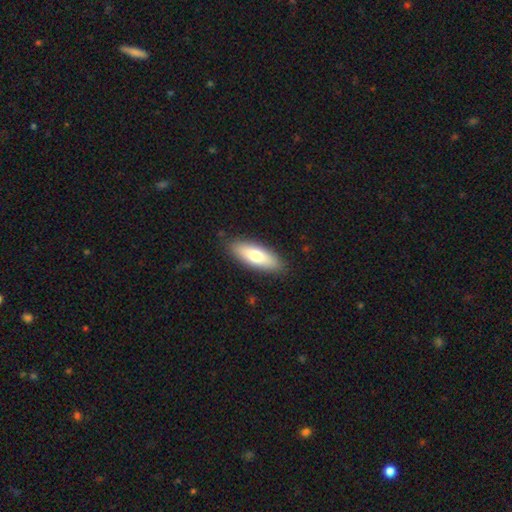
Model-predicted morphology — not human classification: smooth_or_featured: smooth (p=0.73) [alt: featured or disk p=0.22]
how_rounded: in between (p=0.62) [alt: cigar-shaped p=0.36]
merging: none (p=0.87) [alt: minor disturbance p=0.09]